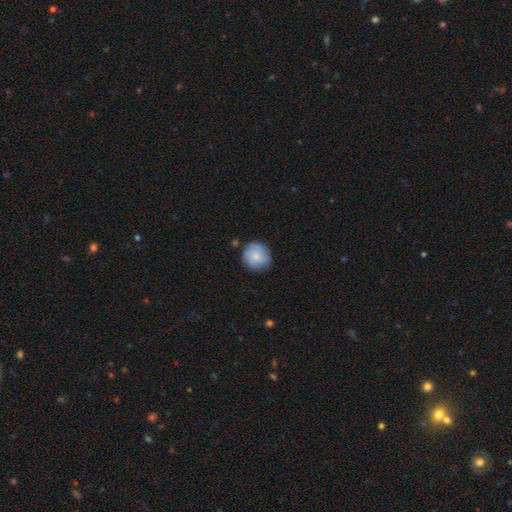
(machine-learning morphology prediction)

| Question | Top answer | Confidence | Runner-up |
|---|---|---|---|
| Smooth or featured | smooth | 75% | featured or disk (18%) |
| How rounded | round | 91% | in between (8%) |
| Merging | none | 81% | minor disturbance (14%) |